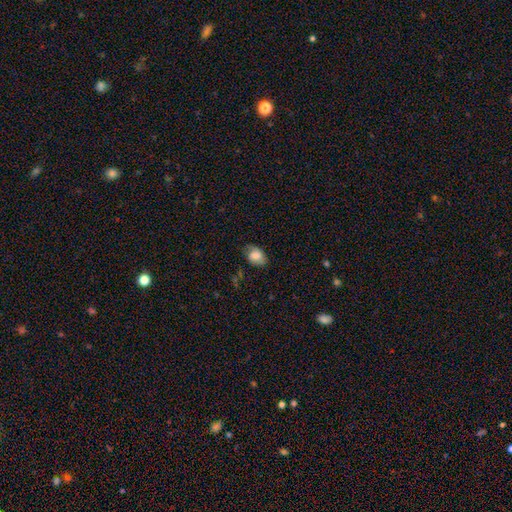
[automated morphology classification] This appears to be a smooth galaxy with no disk features (73%) that is in between round and cigar-shaped (80%). Merging: none (62%).